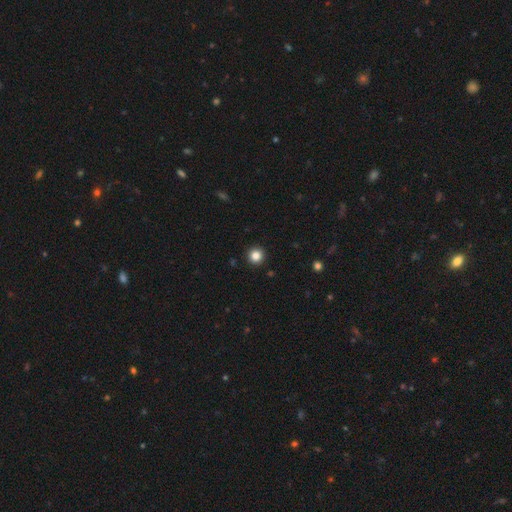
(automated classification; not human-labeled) Smooth or featured? Predicted: smooth (p=0.85). How rounded? Predicted: round (p=0.96). Merging? Predicted: none (p=0.94).